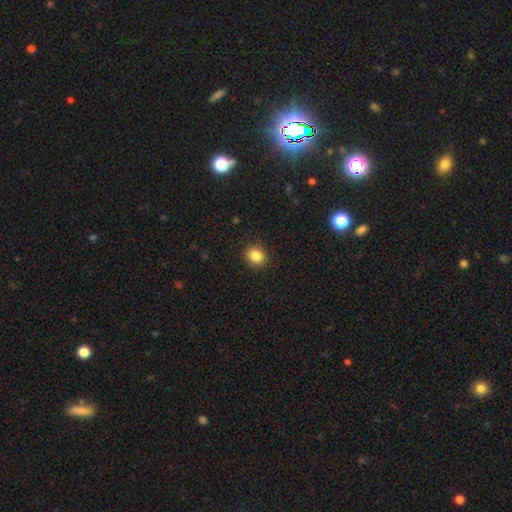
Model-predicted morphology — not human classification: This appears to be a smooth galaxy with no disk features (85%) that is round (66%). Merging: none (89%).